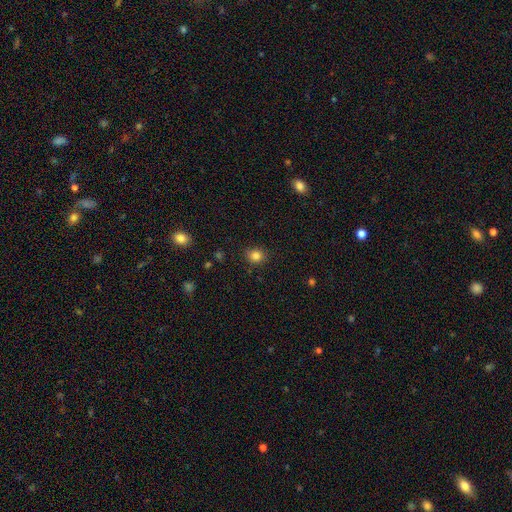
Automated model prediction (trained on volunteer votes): This appears to be a smooth galaxy with no disk features (84%) that is round (78%). Merging: none (87%).